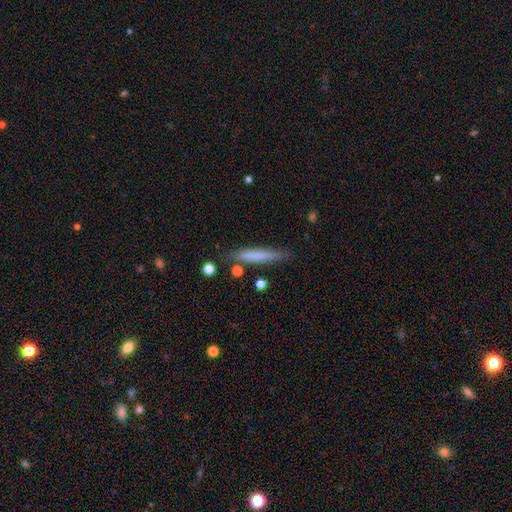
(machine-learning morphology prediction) Smooth or featured? smooth (69%)
How rounded? cigar-shaped (93%)
Merging? none (82%)